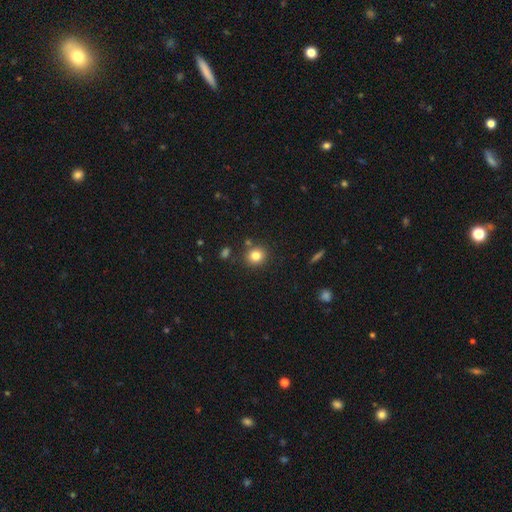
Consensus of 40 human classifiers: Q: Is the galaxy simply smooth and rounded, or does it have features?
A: smooth — 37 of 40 (92%).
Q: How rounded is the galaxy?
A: round — 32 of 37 (86%).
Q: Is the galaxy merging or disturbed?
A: none — 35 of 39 (90%).